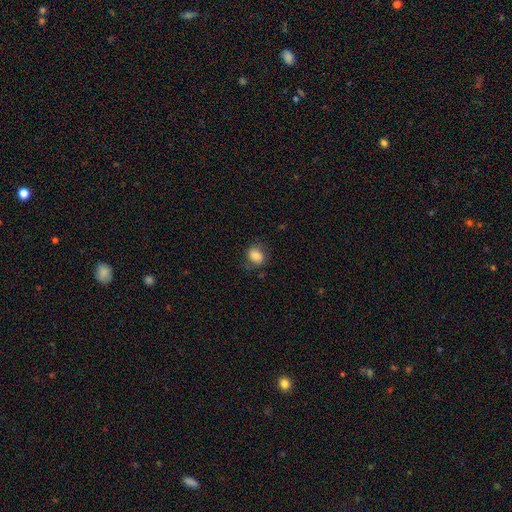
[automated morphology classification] A smooth galaxy with no disk features (80%) that is in between round and cigar-shaped (56%).

Vote fractions:
- Smooth or featured? smooth: 80% / featured or disk: 11% / star or artifact: 9%
- How rounded? in between: 56% / round: 43% / cigar-shaped: 1%
- Merging? none: 70% / minor disturbance: 21% / major disturbance: 8% / merger: 1%